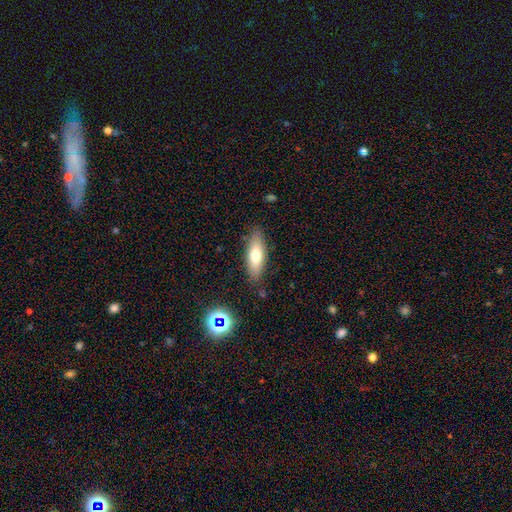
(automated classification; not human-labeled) The model was most divided on "how rounded": in between: 58%, cigar-shaped: 40%, round: 2%. More confident: merging — none (84%); smooth or featured — smooth (69%).